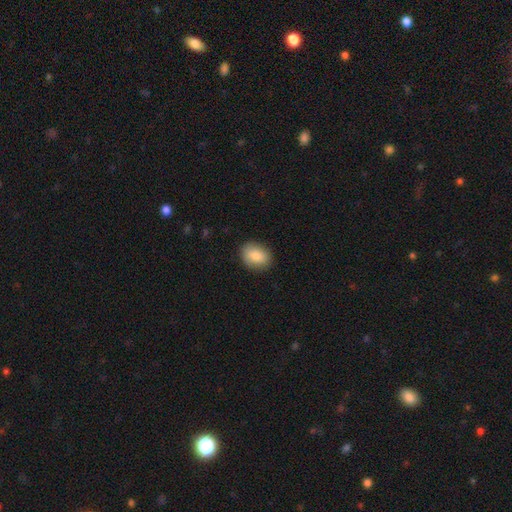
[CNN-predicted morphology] Smooth or featured? Predicted: smooth (p=0.85). How rounded? Predicted: in between (p=0.58). Merging? Predicted: none (p=0.87).